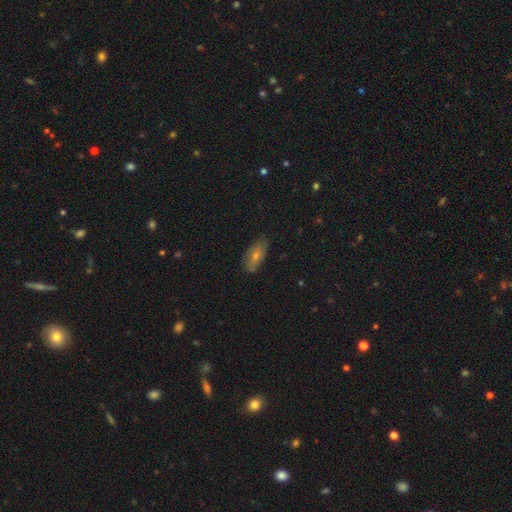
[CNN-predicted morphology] Smooth or featured?
  - featured or disk: 42% * (tied)
  - smooth: 42% * (tied)
  - star or artifact: 16%
Merging?
  - none: 80% *
  - minor disturbance: 16%
  - major disturbance: 4%
  - merger: 1%